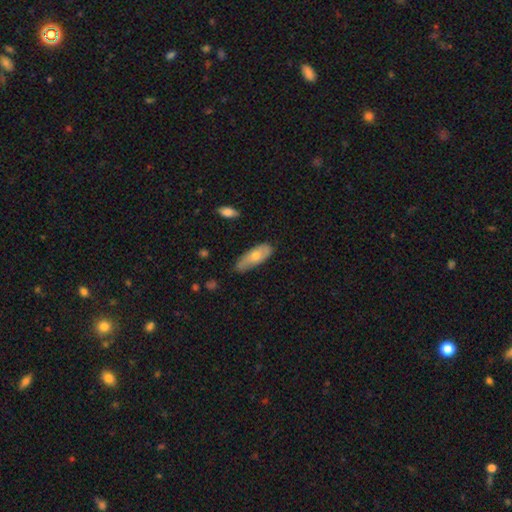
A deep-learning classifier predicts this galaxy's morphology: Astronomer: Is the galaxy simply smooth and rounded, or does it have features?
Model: smooth — 62%.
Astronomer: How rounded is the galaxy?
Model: in between — 72%.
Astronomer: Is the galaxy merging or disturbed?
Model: none — 66%.